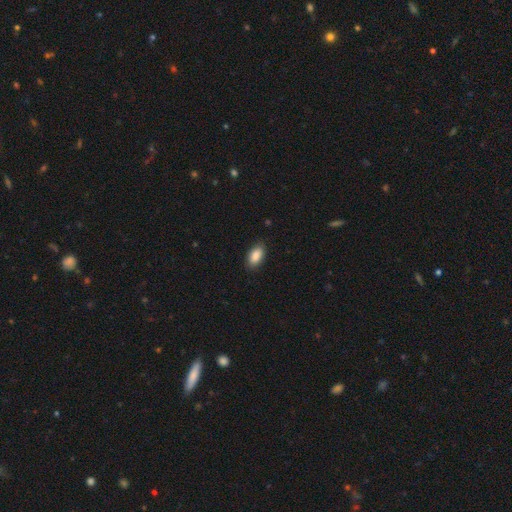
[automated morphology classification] A smooth galaxy with no disk features (89%) that is in between round and cigar-shaped (94%). Merging: none (85%).